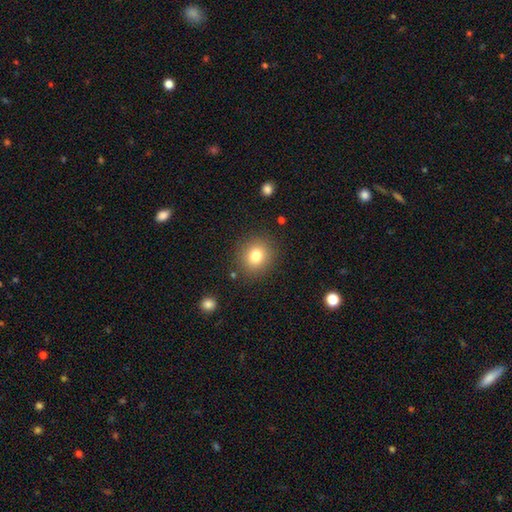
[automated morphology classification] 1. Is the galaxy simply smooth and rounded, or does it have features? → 80% smooth, 12% star or artifact, 9% featured or disk.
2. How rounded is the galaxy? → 82% round, 17% in between, 1% cigar-shaped.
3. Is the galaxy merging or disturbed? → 87% none, 8% minor disturbance, 3% major disturbance, 2% merger.